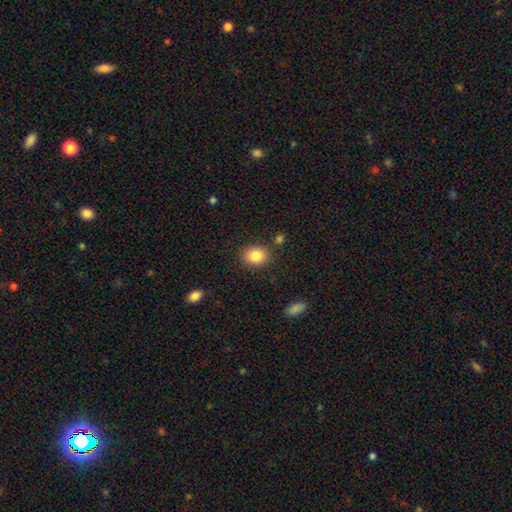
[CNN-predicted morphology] Overall: smooth (85%). How rounded: round (56%; in between 43%). Merging: none (84%).